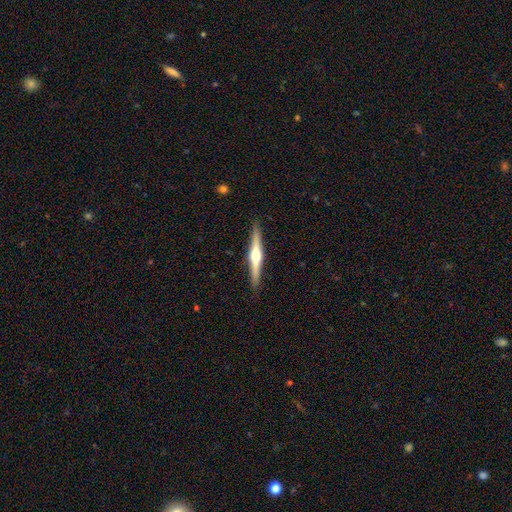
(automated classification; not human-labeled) featured or disk 77%, smooth 19%, star or artifact 5%. Down the decision tree: edge-on disk — yes (98%); edge-on bulge — rounded (93%); merging — none (92%).